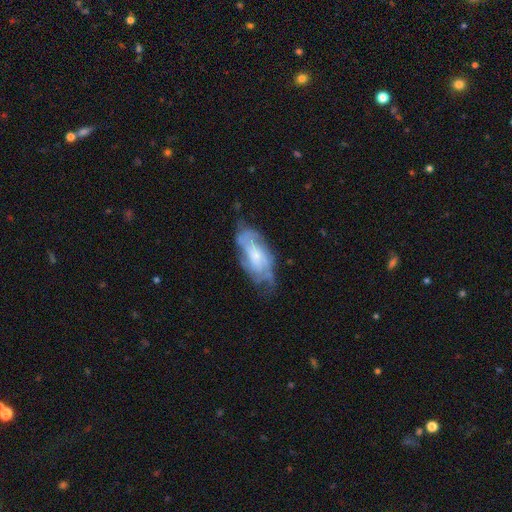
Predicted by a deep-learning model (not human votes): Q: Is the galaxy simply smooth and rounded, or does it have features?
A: featured or disk — 68%.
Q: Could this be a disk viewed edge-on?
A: no — 92%.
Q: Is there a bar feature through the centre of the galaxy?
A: no — 67%.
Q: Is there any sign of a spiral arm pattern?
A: yes — 81%.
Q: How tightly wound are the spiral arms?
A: tight — 48%.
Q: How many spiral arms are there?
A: can't tell — 50%.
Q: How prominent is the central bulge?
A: small — 53%.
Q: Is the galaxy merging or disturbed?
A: none — 54%.